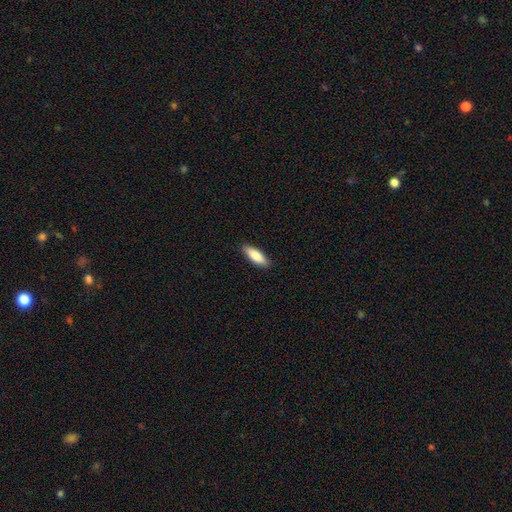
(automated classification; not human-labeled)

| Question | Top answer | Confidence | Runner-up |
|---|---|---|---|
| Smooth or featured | smooth | 82% | featured or disk (13%) |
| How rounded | in between | 55% | cigar-shaped (43%) |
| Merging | none | 89% | minor disturbance (9%) |